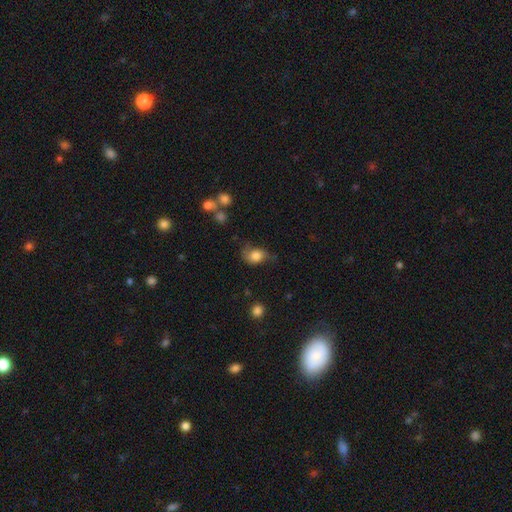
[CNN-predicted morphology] Q: Smooth or featured?
A: smooth (70%); runner-up: featured or disk (21%)
Q: How rounded?
A: in between (62%); runner-up: round (37%)
Q: Merging?
A: none (42%); runner-up: minor disturbance (35%)